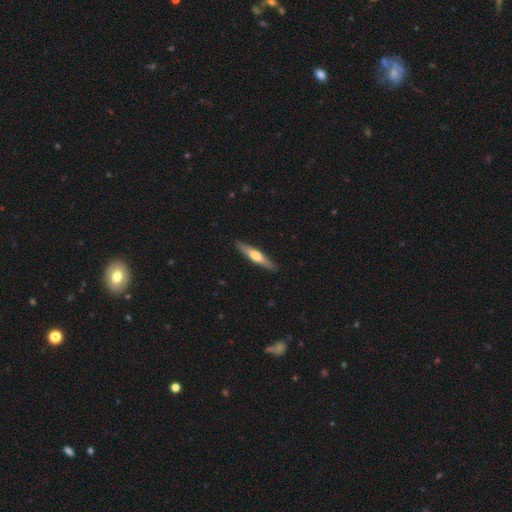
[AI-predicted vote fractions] A featured or disk galaxy (52%) viewed edge-on (94%).

Vote fractions:
- Smooth or featured? featured or disk: 52% / smooth: 43% / star or artifact: 5%
- Edge-on disk? yes: 94% / no: 6%
- Merging? none: 89% / minor disturbance: 8% / major disturbance: 2% / merger: 1%